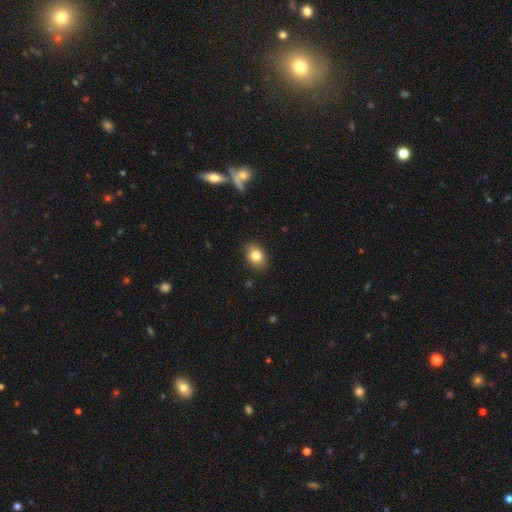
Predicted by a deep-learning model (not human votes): Q: Smooth or featured?
A: smooth (81%); runner-up: star or artifact (10%)
Q: How rounded?
A: in between (67%); runner-up: round (32%)
Q: Merging?
A: none (87%); runner-up: minor disturbance (9%)